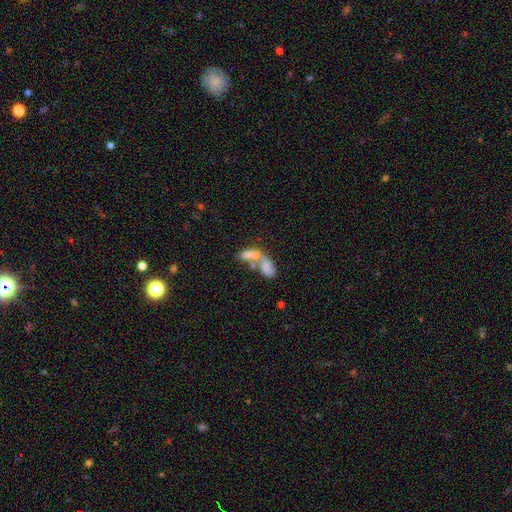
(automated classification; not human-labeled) A smooth galaxy with no disk features (57%) that is in between round and cigar-shaped (80%).

Vote fractions:
- Smooth or featured? smooth: 57% / featured or disk: 30% / star or artifact: 13%
- How rounded? in between: 80% / cigar-shaped: 12% / round: 9%
- Merging? merger: 72% / none: 14% / major disturbance: 8% / minor disturbance: 6%